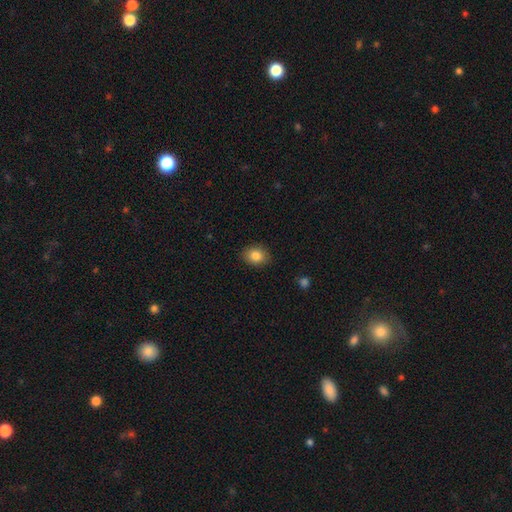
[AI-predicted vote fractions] This is clearly a smooth galaxy (85%). How rounded: likely in between (60%). Merging: clearly none (87%).